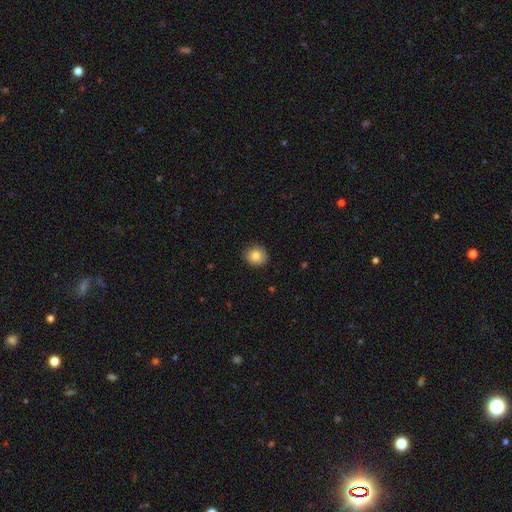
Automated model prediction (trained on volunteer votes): This appears to be a smooth galaxy with no disk features (83%) that is round (86%). Merging: none (89%).